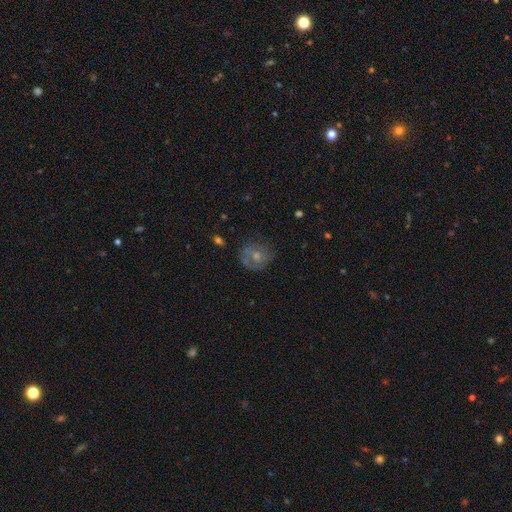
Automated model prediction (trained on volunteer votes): Smooth or featured? Predicted: featured or disk (p=0.46). Merging? Predicted: none (p=0.60).